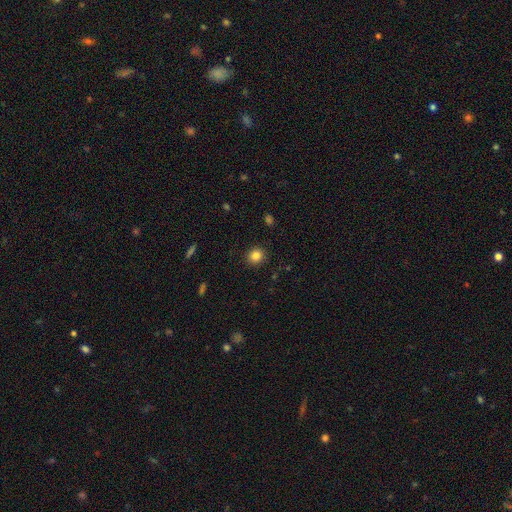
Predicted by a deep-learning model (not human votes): Morphology: type=smooth (84%); roundness=round (87%); merging=none (91%).